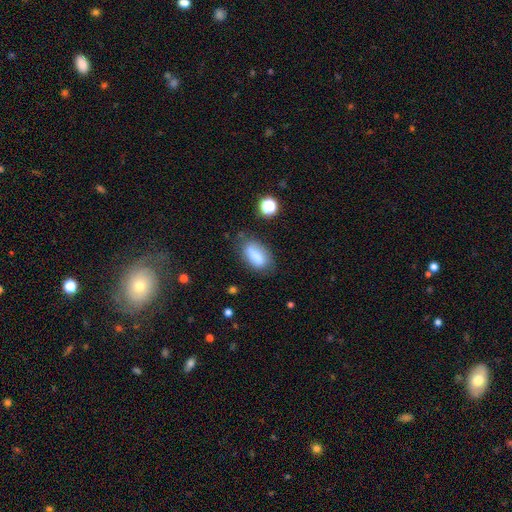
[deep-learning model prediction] A smooth galaxy with no disk features (79%) that is in between round and cigar-shaped (84%). Merging: none (66%).